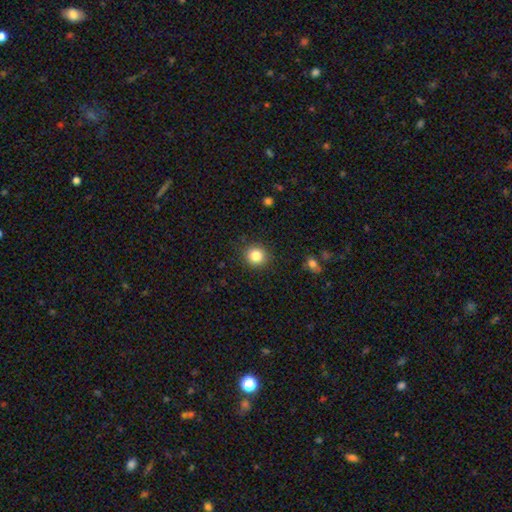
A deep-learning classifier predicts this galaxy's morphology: Smooth or featured: smooth — 83% (star or artifact — 11%)
How rounded: round — 90% (in between — 9%)
Merging: none — 90% (minor disturbance — 7%)